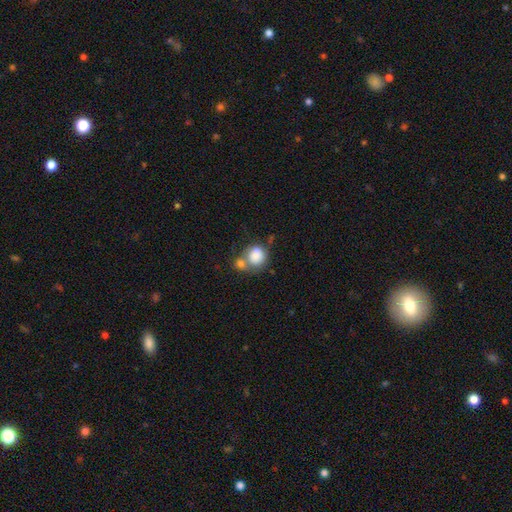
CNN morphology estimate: Overall: smooth (81%). How rounded: round (79%). Merging: merger (46%; none 34%).